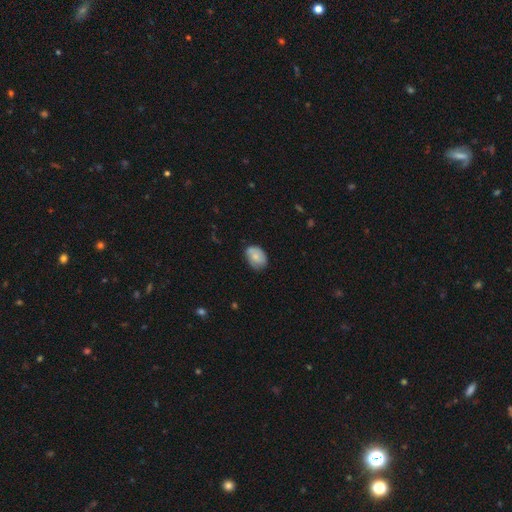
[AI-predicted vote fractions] smooth 67%, featured or disk 26%, star or artifact 7%. Down the decision tree: how rounded — in between (72%); merging — none (62%).